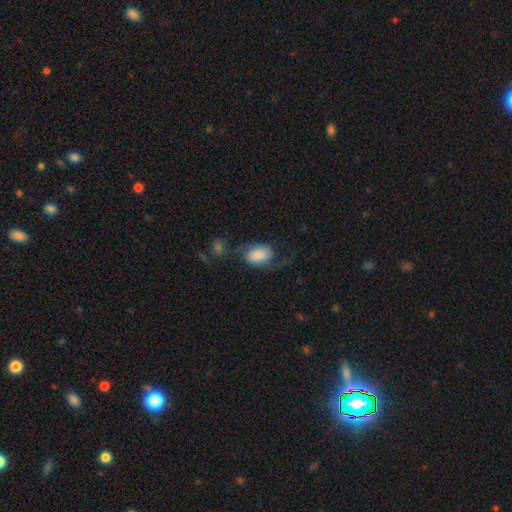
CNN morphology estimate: The model was most divided on "merging": none: 43%, major disturbance: 29%, minor disturbance: 22%, merger: 6%. More confident: how rounded — in between (86%); smooth or featured — smooth (63%).